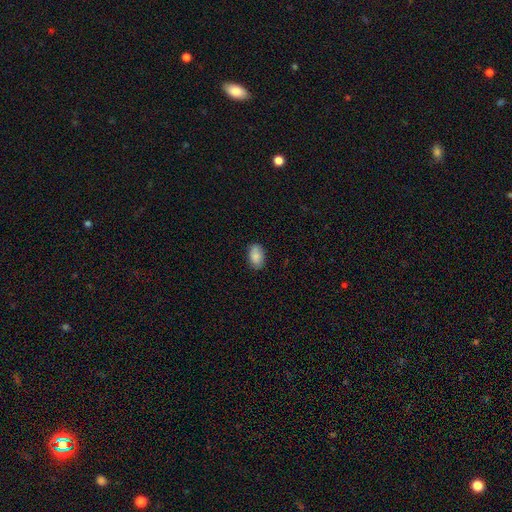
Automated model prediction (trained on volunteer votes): smooth_or_featured: smooth (p=0.86) [alt: star or artifact p=0.07]
how_rounded: in between (p=0.90) [alt: round p=0.09]
merging: none (p=0.81) [alt: minor disturbance p=0.15]